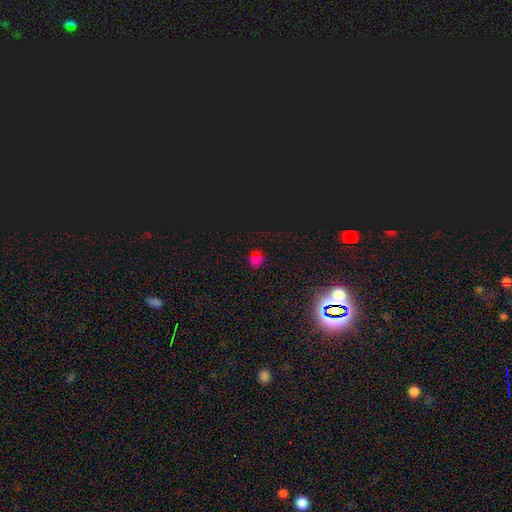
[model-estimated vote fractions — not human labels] This is possibly a star or artifact rather than a galaxy (51%).